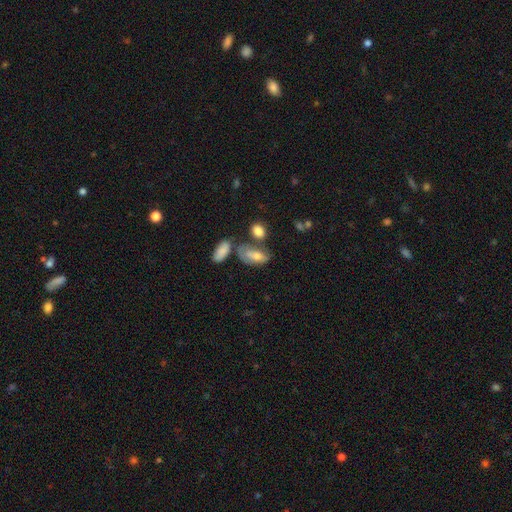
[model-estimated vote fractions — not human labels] Smooth or featured? smooth (62%)
How rounded? in between (86%)
Merging? none (42%)